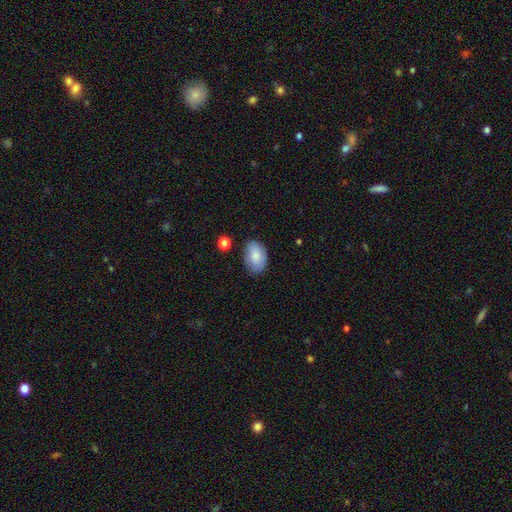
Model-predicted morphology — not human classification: The model was most divided on "merging": none: 75%, minor disturbance: 19%, major disturbance: 4%, merger: 2%. More confident: how rounded — in between (87%); smooth or featured — smooth (81%).